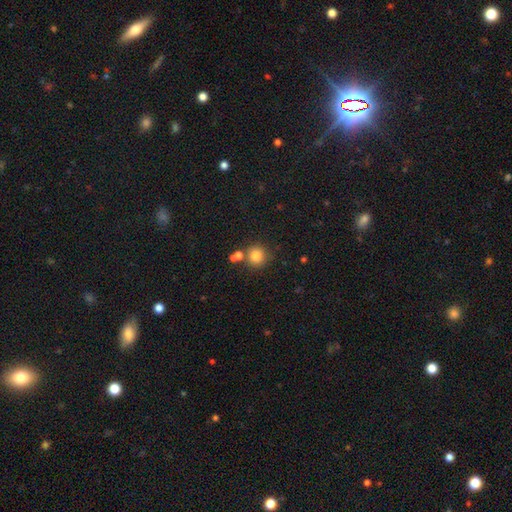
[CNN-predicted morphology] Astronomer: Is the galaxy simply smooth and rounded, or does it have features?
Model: smooth — 81%.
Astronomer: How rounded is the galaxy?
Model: round — 91%.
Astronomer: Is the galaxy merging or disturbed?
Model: none — 73%.